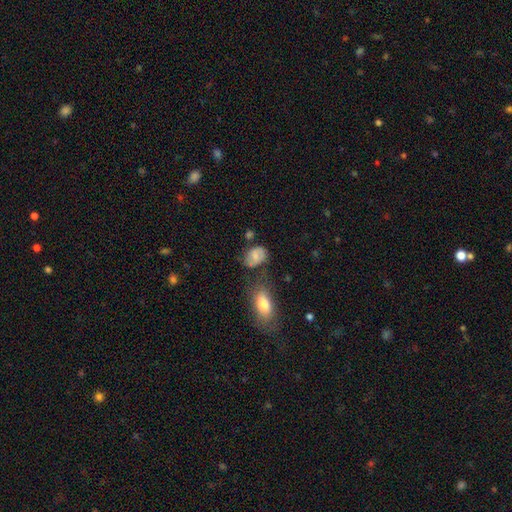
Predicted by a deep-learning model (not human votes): Smooth or featured?
  - smooth: 64% *
  - featured or disk: 26%
  - star or artifact: 10%
How rounded?
  - in between: 73% *
  - round: 25%
  - cigar-shaped: 2%
Merging?
  - none: 53% *
  - minor disturbance: 26%
  - major disturbance: 10%
  - merger: 10%